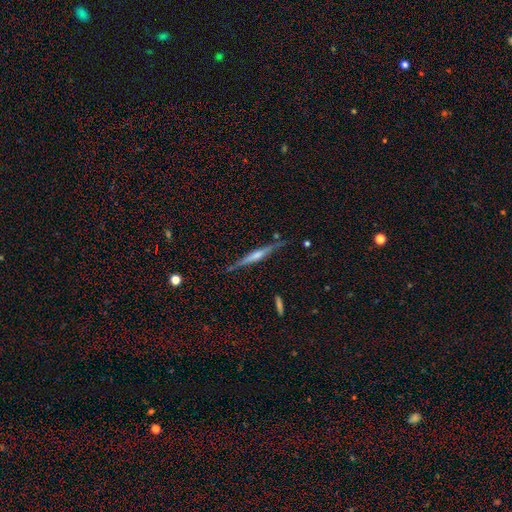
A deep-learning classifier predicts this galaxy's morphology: This appears to be a featured or disk galaxy (66%) viewed edge-on (96%) with a rounded central bulge (49%). Merging: none (80%).